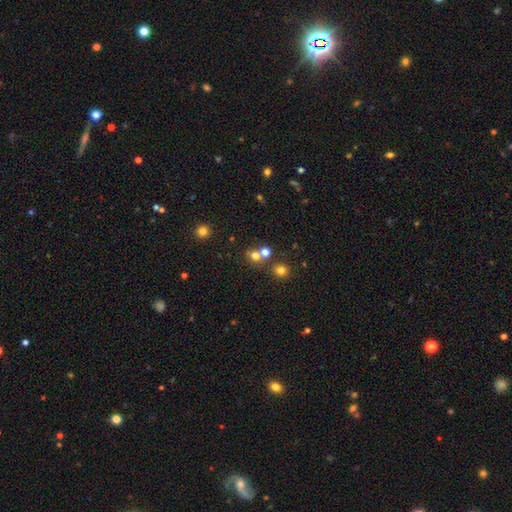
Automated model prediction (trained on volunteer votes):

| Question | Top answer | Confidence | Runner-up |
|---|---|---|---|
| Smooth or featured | smooth | 69% | star or artifact (21%) |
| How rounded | round | 73% | in between (26%) |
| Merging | none | 54% | merger (34%) |